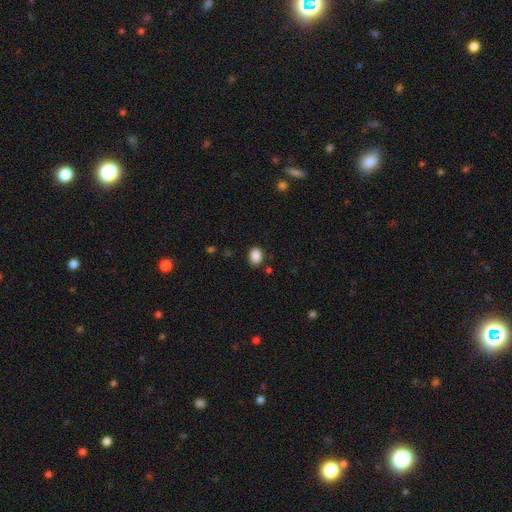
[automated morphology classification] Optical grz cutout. It shows a smooth galaxy with no disk features (88%) that is in between round and cigar-shaped (61%). Merging: none (84%).